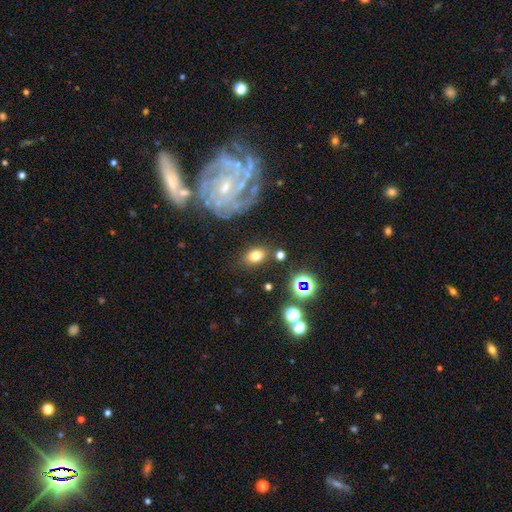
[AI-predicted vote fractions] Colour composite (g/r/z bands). It shows a smooth galaxy with no disk features (74%) that is in between round and cigar-shaped (81%). Merging: none (77%).